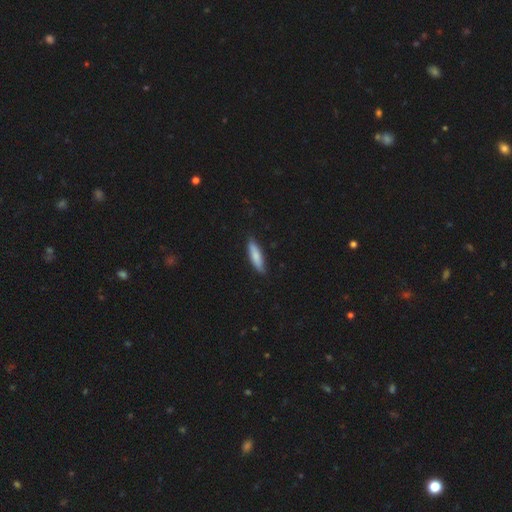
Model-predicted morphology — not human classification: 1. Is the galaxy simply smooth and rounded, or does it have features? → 79% smooth, 15% featured or disk, 5% star or artifact.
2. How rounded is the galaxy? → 68% cigar-shaped, 30% in between, 2% round.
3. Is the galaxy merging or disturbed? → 86% none, 11% minor disturbance, 2% major disturbance, 1% merger.